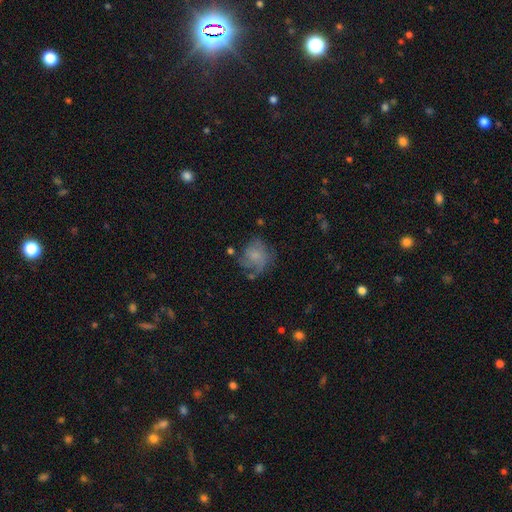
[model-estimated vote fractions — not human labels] Smooth or featured?
  - smooth: 49% *
  - featured or disk: 41%
  - star or artifact: 10%
Merging?
  - none: 45% *
  - major disturbance: 25%
  - minor disturbance: 25%
  - merger: 4%